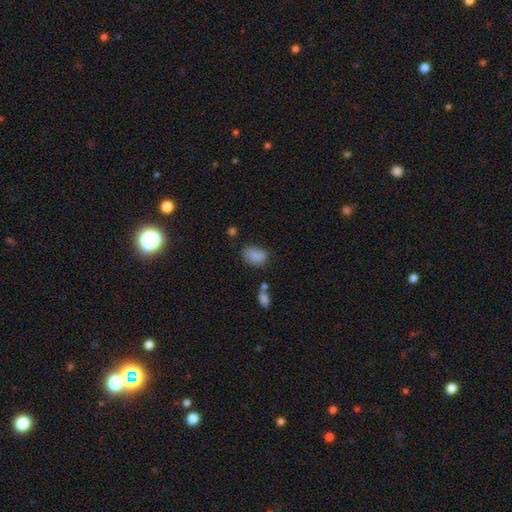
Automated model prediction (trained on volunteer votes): Morphology: type=smooth (84%); roundness=in between (82%); merging=none (62%).